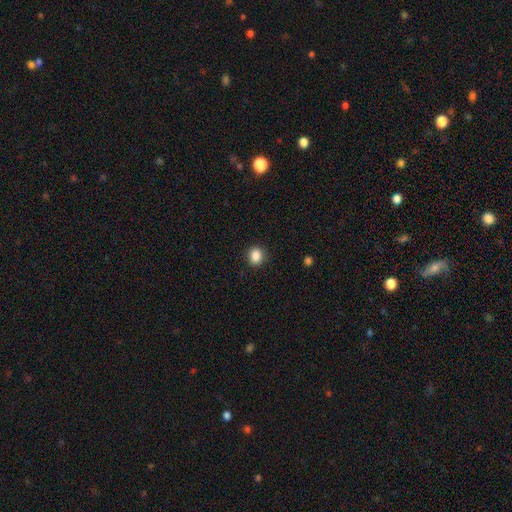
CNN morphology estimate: This appears to be a smooth galaxy with no disk features (87%) that is round (65%). Merging: none (89%).